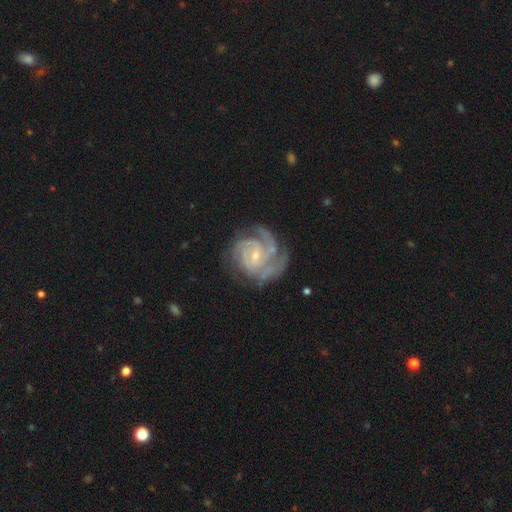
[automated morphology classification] This appears to be a featured or disk galaxy (91%) with no bar (45%), 3 (39%) tight (68%) spiral arms (98%) and a small central bulge (74%). Merging: none (66%).